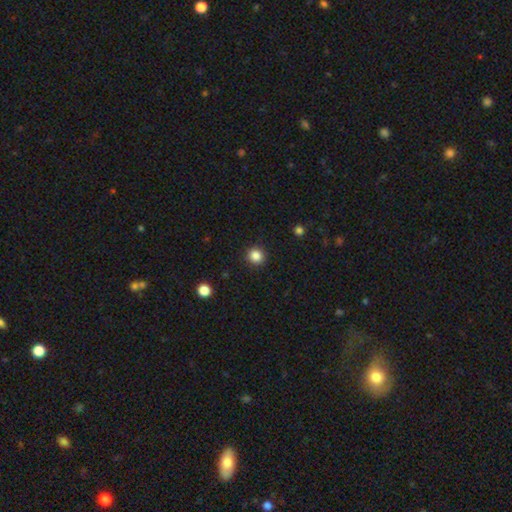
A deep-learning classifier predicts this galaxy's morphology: Q: Smooth or featured?
A: smooth (85%); runner-up: star or artifact (12%)
Q: How rounded?
A: round (92%); runner-up: in between (7%)
Q: Merging?
A: none (91%); runner-up: minor disturbance (6%)